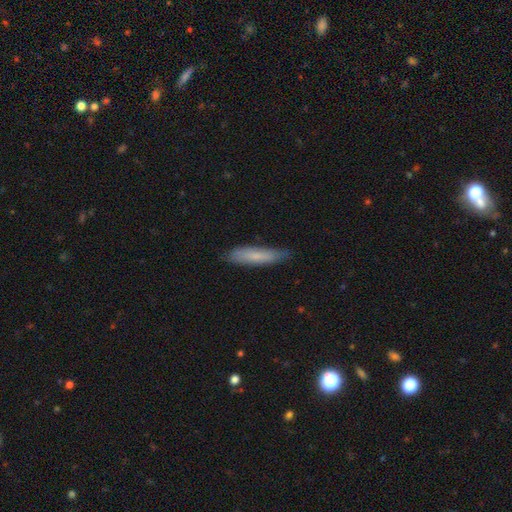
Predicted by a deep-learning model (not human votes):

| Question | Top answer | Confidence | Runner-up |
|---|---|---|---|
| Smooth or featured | smooth | 71% | featured or disk (23%) |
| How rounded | cigar-shaped | 81% | in between (18%) |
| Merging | none | 81% | minor disturbance (16%) |